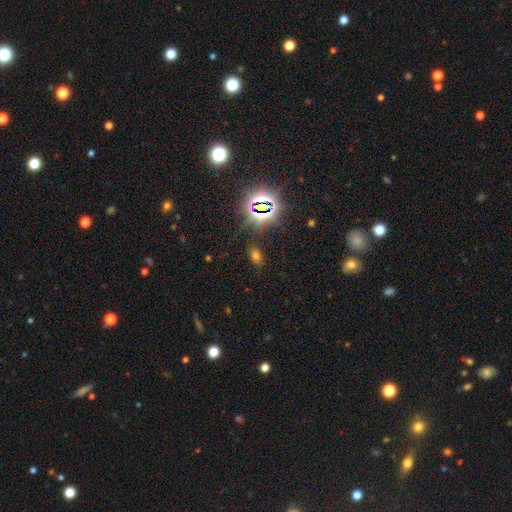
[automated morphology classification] smooth 54%, star or artifact 38%, featured or disk 7%. Down the decision tree: how rounded — in between (83%); merging — none (81%).